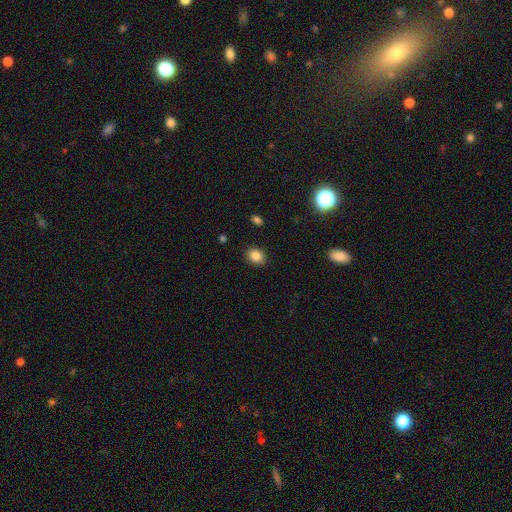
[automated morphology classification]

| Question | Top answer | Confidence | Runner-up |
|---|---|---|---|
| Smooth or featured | smooth | 85% | star or artifact (10%) |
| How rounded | round | 50% | in between (49%) |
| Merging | none | 89% | minor disturbance (8%) |